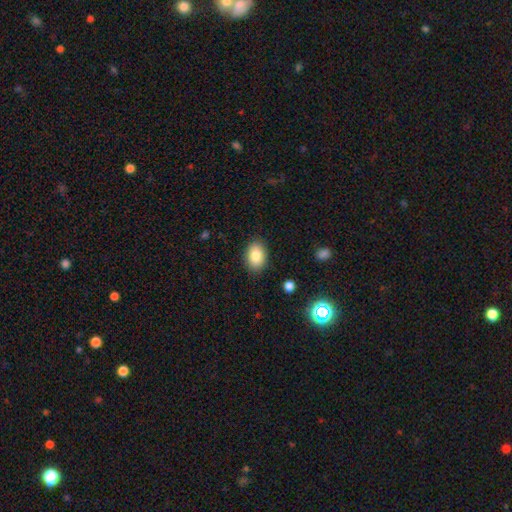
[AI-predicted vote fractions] Overall: smooth (85%). How rounded: in between (81%). Merging: none (87%).